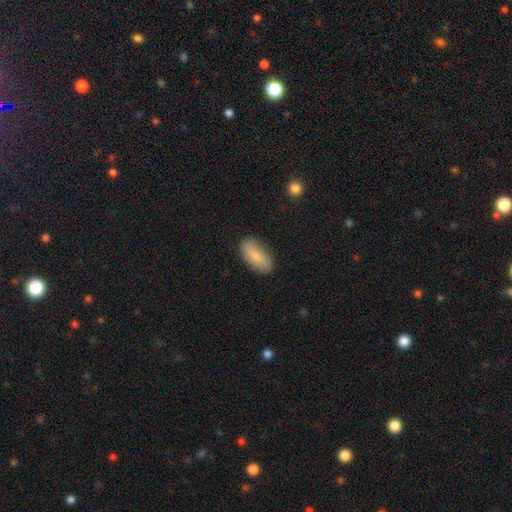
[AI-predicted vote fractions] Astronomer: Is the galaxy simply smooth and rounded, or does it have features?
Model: smooth — 82%.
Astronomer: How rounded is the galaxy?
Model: in between — 87%.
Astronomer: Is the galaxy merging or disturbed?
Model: none — 83%.